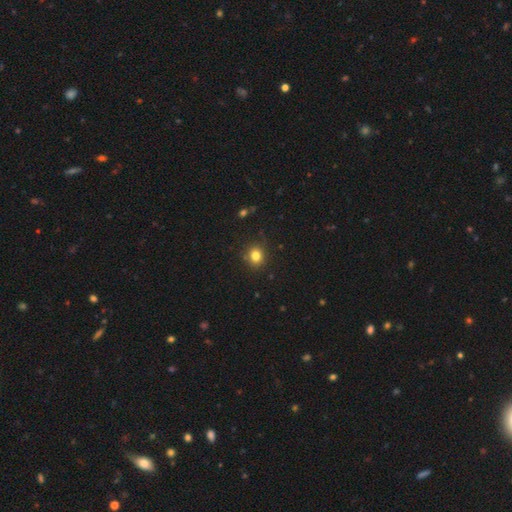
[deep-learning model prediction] This is clearly a smooth galaxy (81%). How rounded: clearly round (80%). Merging: clearly none (87%).